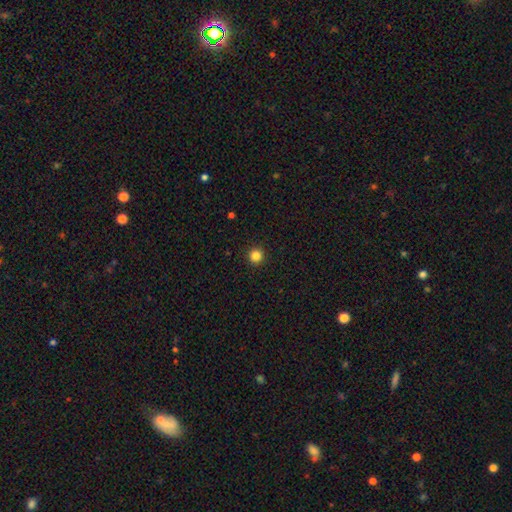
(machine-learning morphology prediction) smooth_or_featured: smooth (p=0.84) [alt: star or artifact p=0.12]
how_rounded: round (p=0.96) [alt: in between p=0.03]
merging: none (p=0.94) [alt: minor disturbance p=0.04]